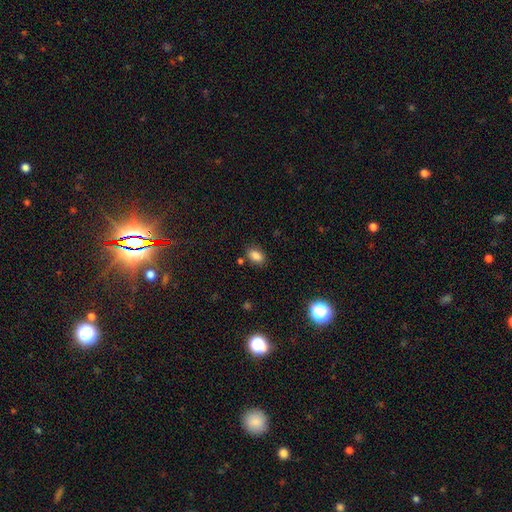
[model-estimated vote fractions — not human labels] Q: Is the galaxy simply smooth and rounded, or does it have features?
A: smooth — 84%.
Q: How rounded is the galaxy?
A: in between — 86%.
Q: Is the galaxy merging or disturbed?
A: none — 79%.